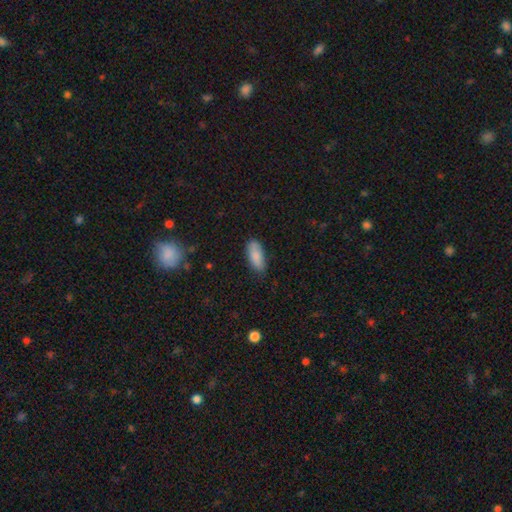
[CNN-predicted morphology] smooth_or_featured: smooth (p=0.86) [alt: featured or disk p=0.08]
how_rounded: in between (p=0.85) [alt: cigar-shaped p=0.13]
merging: none (p=0.79) [alt: minor disturbance p=0.17]